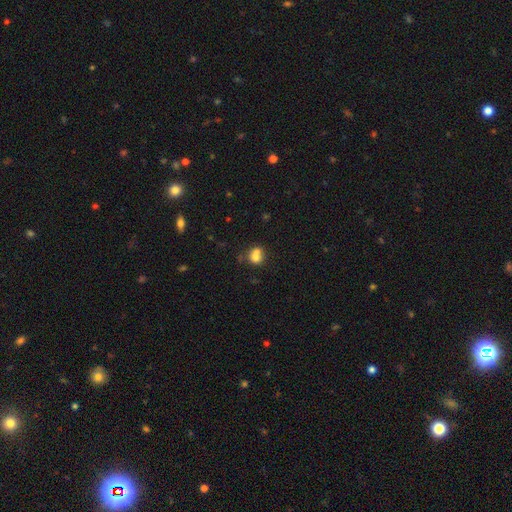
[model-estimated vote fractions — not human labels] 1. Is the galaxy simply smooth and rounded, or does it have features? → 71% smooth, 17% featured or disk, 12% star or artifact.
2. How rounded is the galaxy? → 67% round, 31% in between, 1% cigar-shaped.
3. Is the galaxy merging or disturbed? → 52% merger, 32% none, 10% minor disturbance, 6% major disturbance.